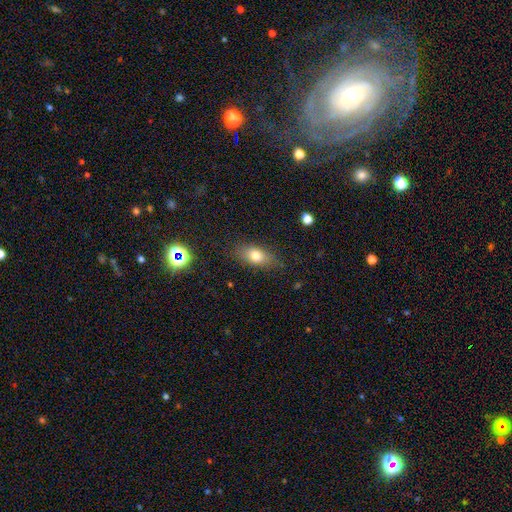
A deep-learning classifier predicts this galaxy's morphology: smooth-or-featured: smooth: 76% | featured or disk: 14% | star or artifact: 10%
  how-rounded: in between: 81% | cigar-shaped: 10% | round: 9%
  merging: none: 81% | minor disturbance: 13% | major disturbance: 4% | merger: 1%